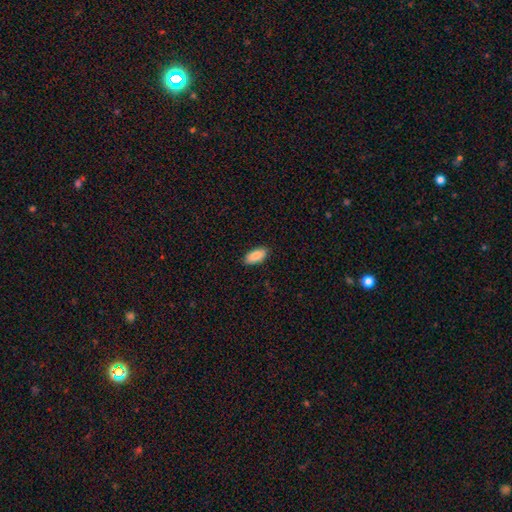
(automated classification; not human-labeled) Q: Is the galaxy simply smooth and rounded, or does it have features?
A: smooth — 87%.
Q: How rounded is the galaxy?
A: in between — 92%.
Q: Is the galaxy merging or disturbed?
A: none — 88%.